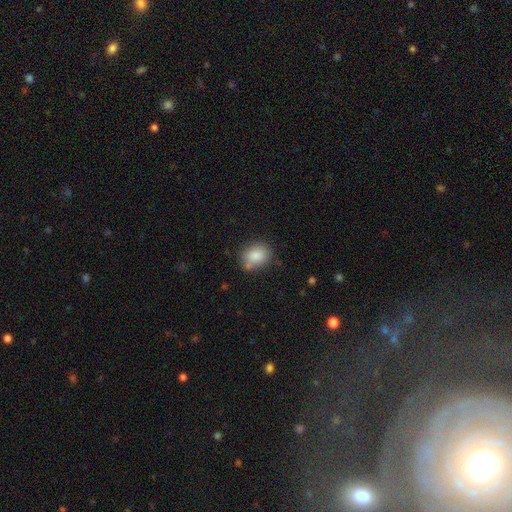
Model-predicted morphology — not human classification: This appears to be a smooth galaxy with no disk features (86%) that is in between round and cigar-shaped (56%). Merging: none (71%).